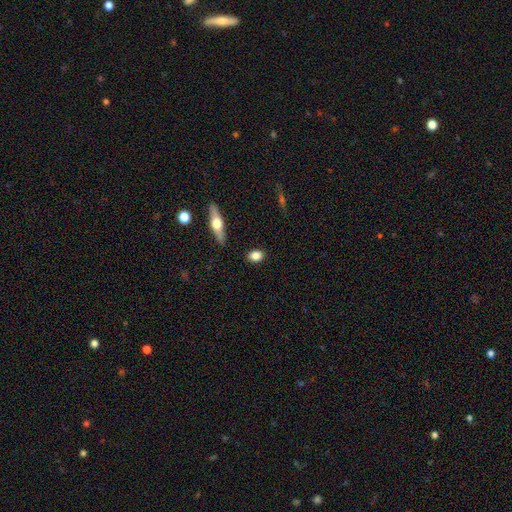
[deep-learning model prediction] Q: Smooth or featured?
A: smooth (82%); runner-up: featured or disk (11%)
Q: How rounded?
A: in between (64%); runner-up: round (31%)
Q: Merging?
A: none (88%); runner-up: minor disturbance (8%)